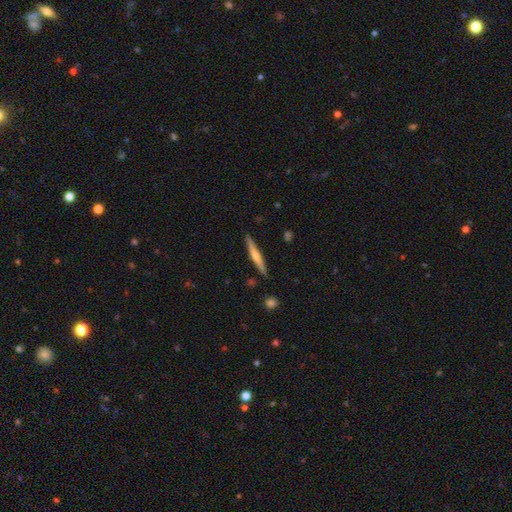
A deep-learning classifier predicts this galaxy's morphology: type=featured or disk (57%); edge-on=yes (97%); edge-on bulge=rounded (77%); merging=none (89%).